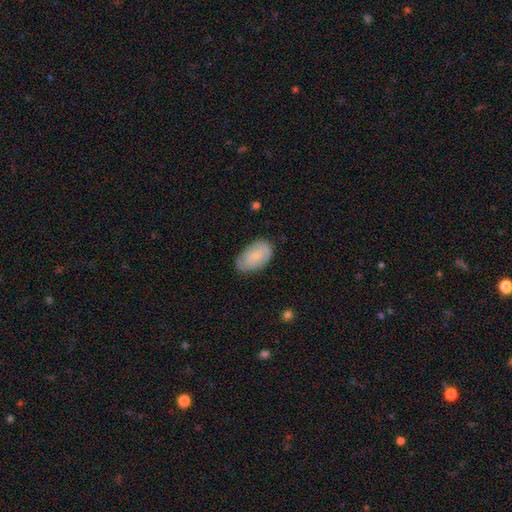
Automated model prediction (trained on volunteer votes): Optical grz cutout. It shows a smooth galaxy with no disk features (71%) that is in between round and cigar-shaped (93%). Merging: none (70%).